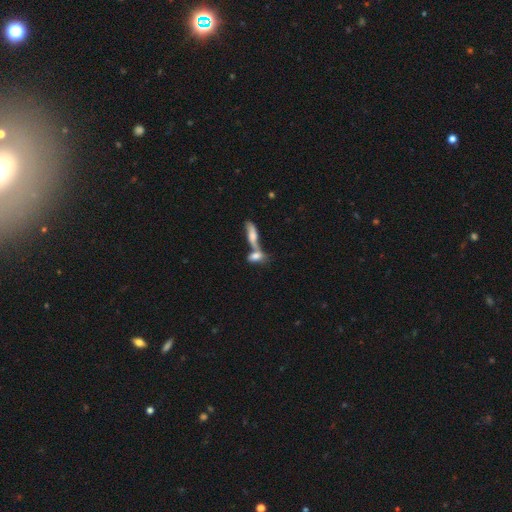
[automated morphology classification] A smooth galaxy with no disk features (67%) that is in between round and cigar-shaped (67%). Merging: merger (63%).